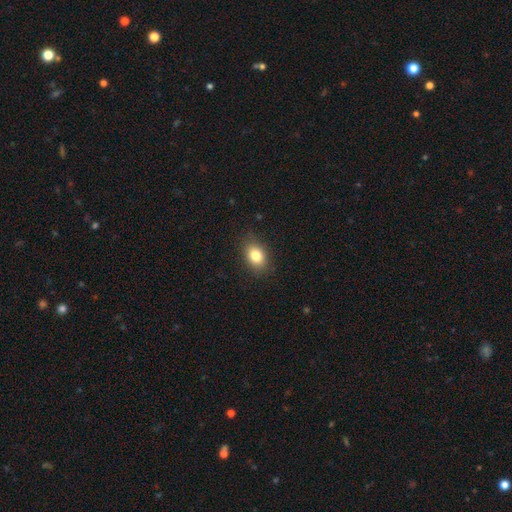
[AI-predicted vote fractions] Smooth or featured: smooth — 82% (star or artifact — 10%)
How rounded: in between — 73% (round — 25%)
Merging: none — 85% (minor disturbance — 11%)